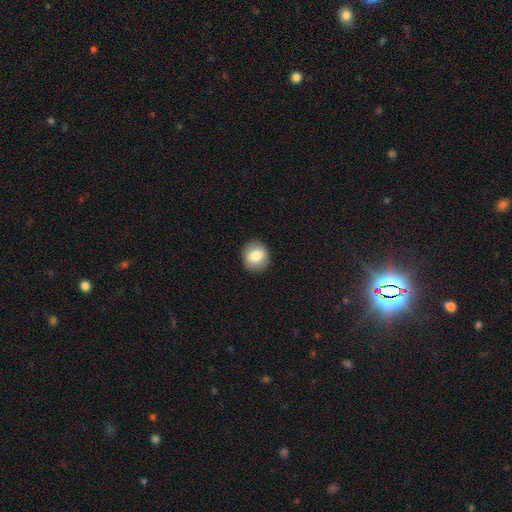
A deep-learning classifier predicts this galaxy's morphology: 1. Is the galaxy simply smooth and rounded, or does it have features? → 80% smooth, 12% featured or disk, 8% star or artifact.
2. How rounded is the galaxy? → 79% round, 20% in between, 1% cigar-shaped.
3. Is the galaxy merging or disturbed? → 90% none, 7% minor disturbance, 2% major disturbance, 1% merger.